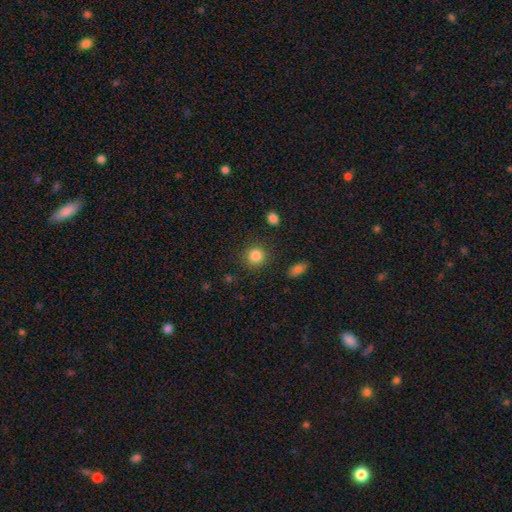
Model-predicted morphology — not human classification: type=smooth (86%); roundness=round (91%); merging=none (87%).